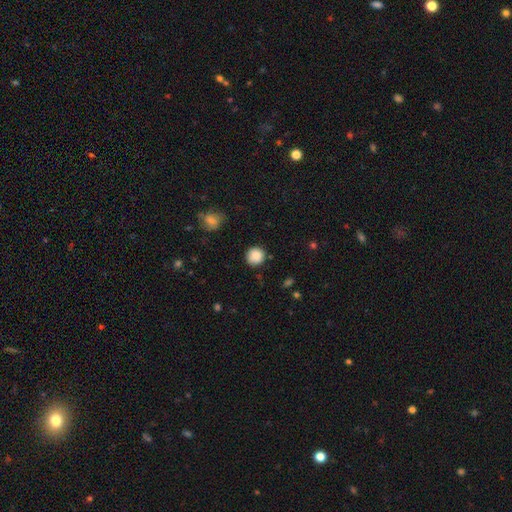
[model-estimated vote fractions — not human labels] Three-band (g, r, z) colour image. It shows a smooth galaxy with no disk features (87%) that is round (92%). Merging: none (83%).